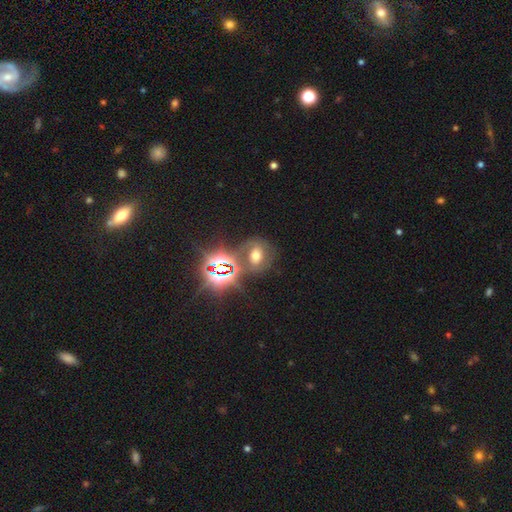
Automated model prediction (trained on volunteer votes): Smooth or featured?
  - star or artifact: 42% *
  - smooth: 35%
  - featured or disk: 24%